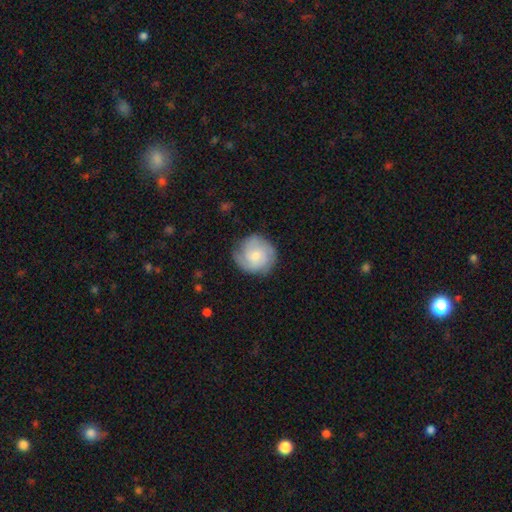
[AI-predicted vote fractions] This is possibly a featured or disk galaxy (52%). It is clearly not viewed edge-on (98%). Bar: likely no (69%). Spiral arm pattern: clearly yes (89%). Central bulge: possibly small (47%). Merging: likely none (76%).